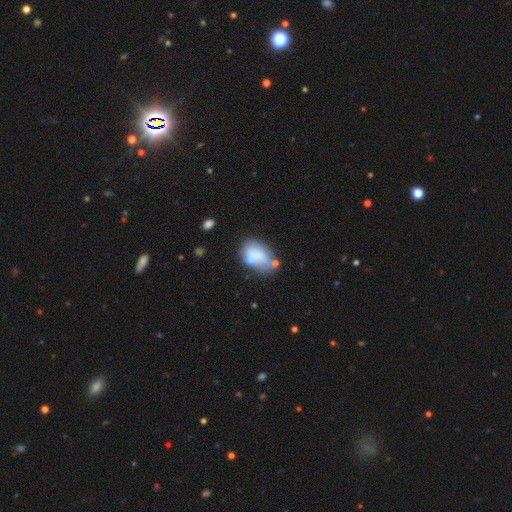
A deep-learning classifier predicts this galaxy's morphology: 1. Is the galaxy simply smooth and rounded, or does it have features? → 68% smooth, 23% featured or disk, 9% star or artifact.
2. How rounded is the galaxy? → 87% in between, 11% round, 2% cigar-shaped.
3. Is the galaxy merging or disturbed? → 36% none, 25% minor disturbance, 23% merger, 16% major disturbance.